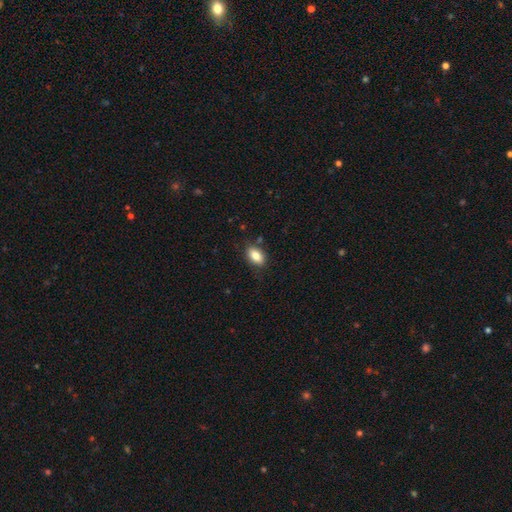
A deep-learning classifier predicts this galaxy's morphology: smooth 84%, star or artifact 8%, featured or disk 8%. Down the decision tree: how rounded — in between (88%); merging — none (82%).